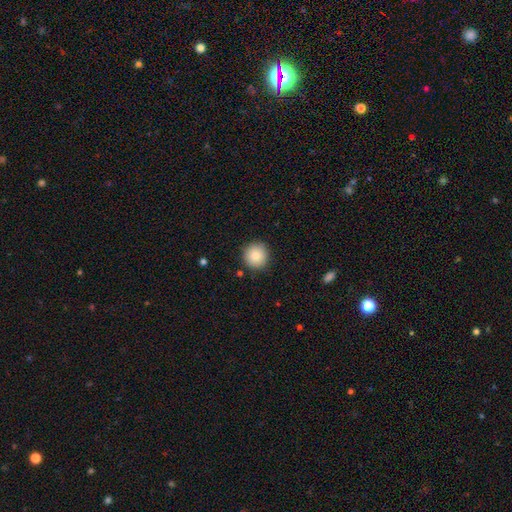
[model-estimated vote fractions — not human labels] Morphology: type=smooth (82%); roundness=round (95%); merging=none (90%).